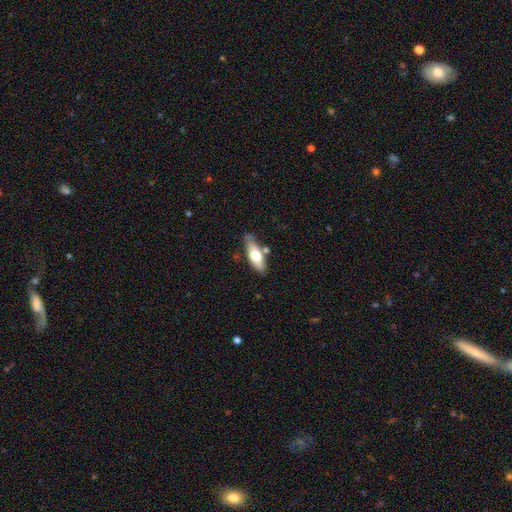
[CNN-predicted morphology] The model was most divided on "smooth or featured": smooth: 59%, featured or disk: 35%, star or artifact: 6%. More confident: merging — none (69%); how rounded — in between (65%).